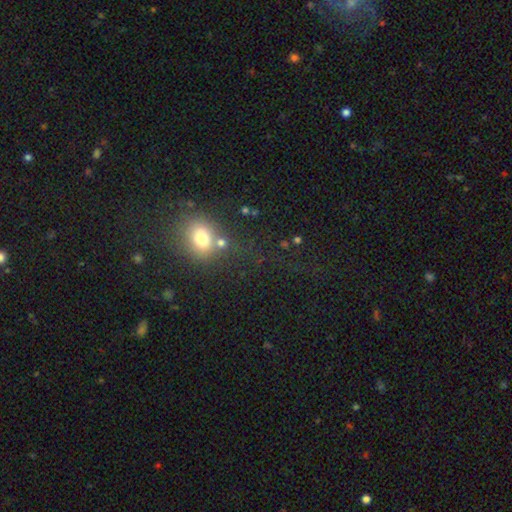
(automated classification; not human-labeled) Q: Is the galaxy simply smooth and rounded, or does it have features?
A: smooth — 52%.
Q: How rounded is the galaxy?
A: round — 73%.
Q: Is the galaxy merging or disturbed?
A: none — 53%.